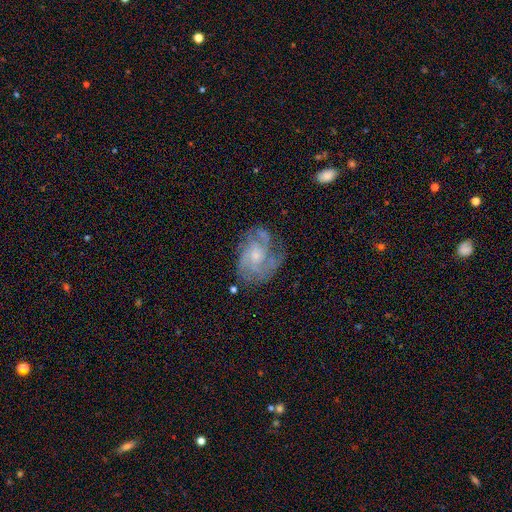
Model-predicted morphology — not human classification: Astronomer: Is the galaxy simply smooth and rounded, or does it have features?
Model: featured or disk — 83%.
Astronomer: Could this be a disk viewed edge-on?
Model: no — 98%.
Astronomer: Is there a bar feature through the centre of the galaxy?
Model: no — 67%.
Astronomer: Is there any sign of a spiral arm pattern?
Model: yes — 94%.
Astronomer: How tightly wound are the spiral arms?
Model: tight — 46% (runner-up: medium, 42%).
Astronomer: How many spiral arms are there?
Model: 3 — 30% (runner-up: can't tell, 25%).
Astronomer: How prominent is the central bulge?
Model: small — 63%.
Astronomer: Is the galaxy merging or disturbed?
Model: none — 64%.